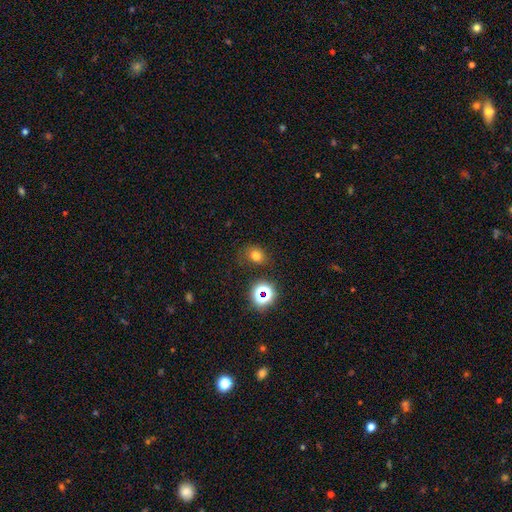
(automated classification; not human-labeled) Q: Smooth or featured?
A: smooth (70%); runner-up: star or artifact (22%)
Q: How rounded?
A: in between (50%); runner-up: round (48%)
Q: Merging?
A: none (70%); runner-up: minor disturbance (17%)